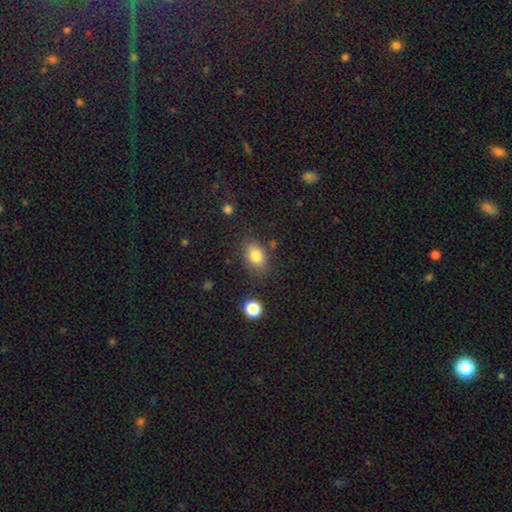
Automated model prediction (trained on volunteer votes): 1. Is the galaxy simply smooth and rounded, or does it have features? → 83% smooth, 10% star or artifact, 7% featured or disk.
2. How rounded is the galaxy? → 72% in between, 27% round, 1% cigar-shaped.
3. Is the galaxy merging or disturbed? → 78% none, 14% minor disturbance, 5% major disturbance, 4% merger.